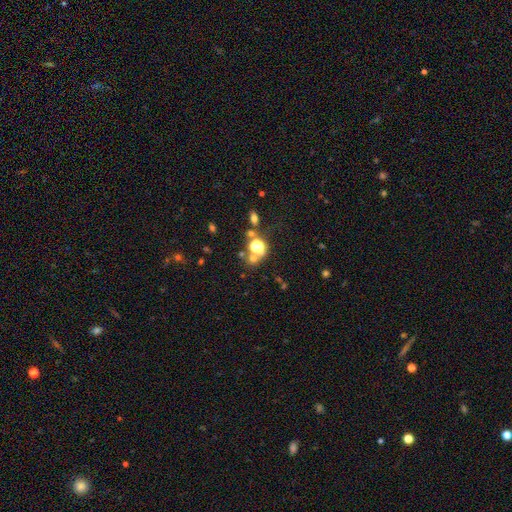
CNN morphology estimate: A smooth galaxy with no disk features (48%).

Vote fractions:
- Smooth or featured? smooth: 48% / star or artifact: 40% / featured or disk: 11%
- Merging? none: 61% / merger: 23% / minor disturbance: 9% / major disturbance: 6%